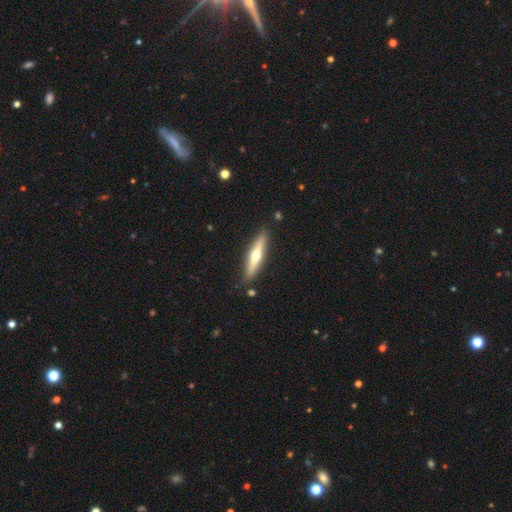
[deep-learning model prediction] featured or disk 54%, smooth 40%, star or artifact 5%. Down the decision tree: edge-on disk — yes (92%); merging — none (86%).